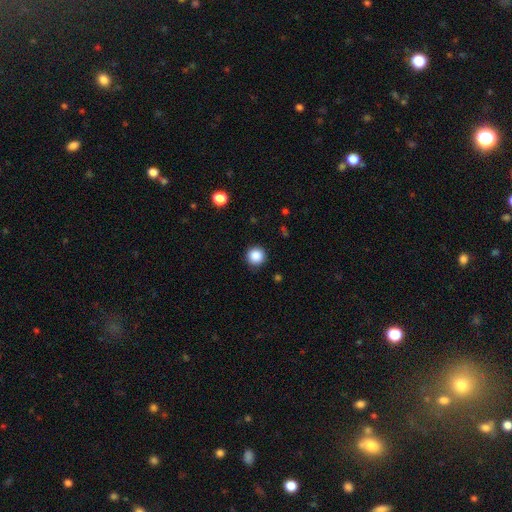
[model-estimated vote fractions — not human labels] This appears to be a smooth galaxy with no disk features (87%) that is round (95%). Merging: none (90%).